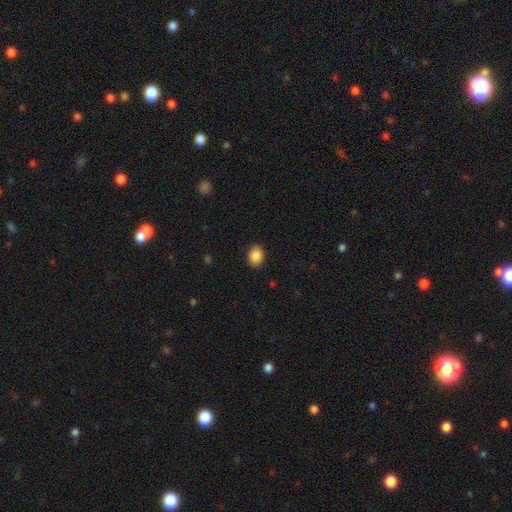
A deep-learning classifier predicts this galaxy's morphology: Smooth or featured: smooth — 88% (star or artifact — 8%)
How rounded: in between — 65% (round — 34%)
Merging: none — 89% (minor disturbance — 8%)